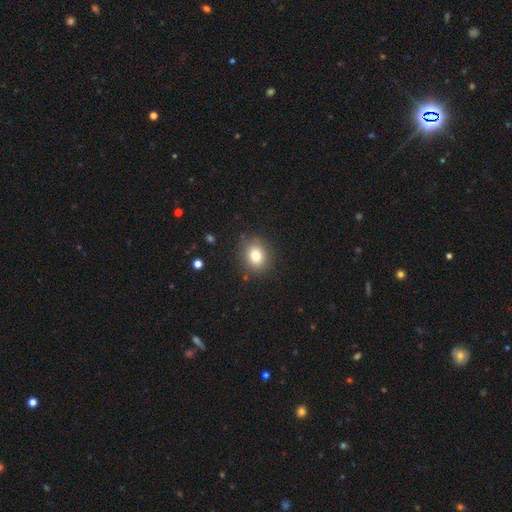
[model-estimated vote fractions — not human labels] Smooth or featured?
  - smooth: 79% *
  - star or artifact: 12%
  - featured or disk: 10%
How rounded?
  - round: 63% *
  - in between: 36%
  - cigar-shaped: 1%
Merging?
  - none: 85% *
  - minor disturbance: 11%
  - major disturbance: 3%
  - merger: 2%